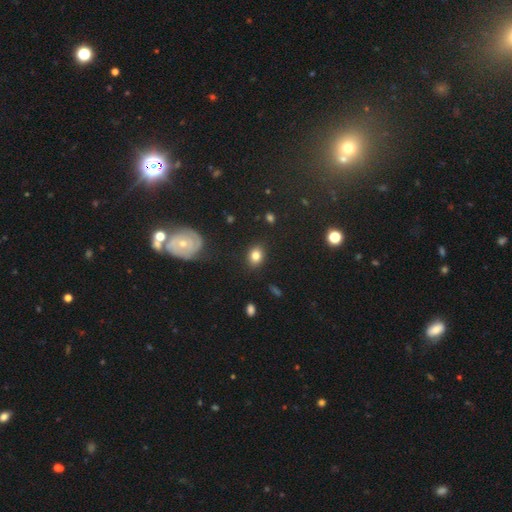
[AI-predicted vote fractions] A smooth galaxy with no disk features (81%) that is in between round and cigar-shaped (56%).

Vote fractions:
- Smooth or featured? smooth: 81% / star or artifact: 10% / featured or disk: 9%
- How rounded? in between: 56% / round: 43% / cigar-shaped: 1%
- Merging? none: 86% / minor disturbance: 10% / major disturbance: 3% / merger: 1%